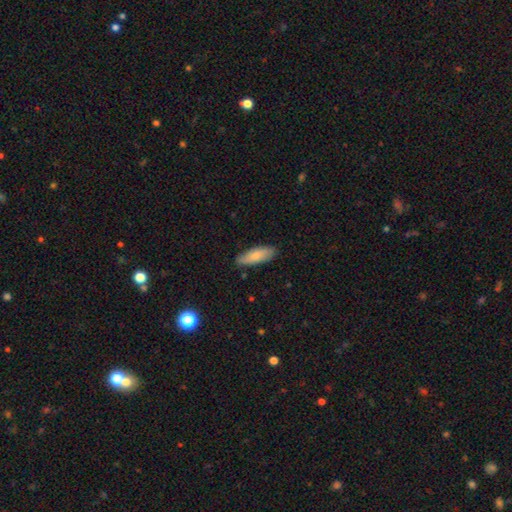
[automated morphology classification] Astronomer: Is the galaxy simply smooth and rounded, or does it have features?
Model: smooth — 78%.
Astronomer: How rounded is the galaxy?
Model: in between — 69%.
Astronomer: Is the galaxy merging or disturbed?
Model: none — 83%.